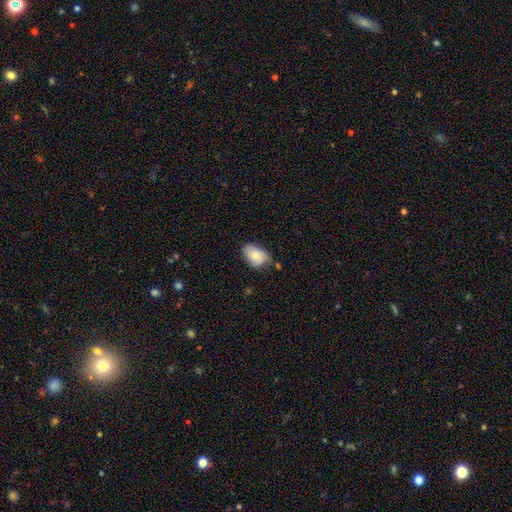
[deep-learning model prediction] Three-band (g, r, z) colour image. It shows a smooth galaxy with no disk features (73%) that is in between round and cigar-shaped (83%). Merging: none (61%).